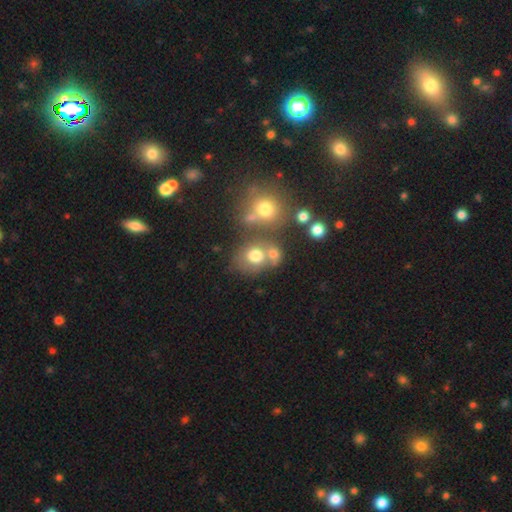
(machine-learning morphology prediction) Smooth or featured? smooth (71%)
How rounded? round (72%)
Merging? none (45%)